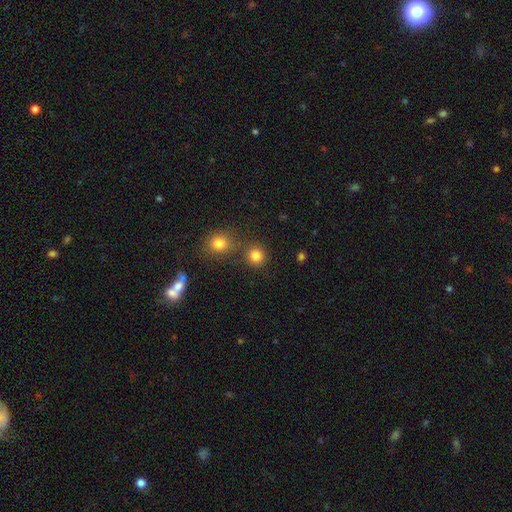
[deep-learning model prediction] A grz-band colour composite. It shows a smooth galaxy with no disk features (82%) that is round (91%). Merging: none (77%).